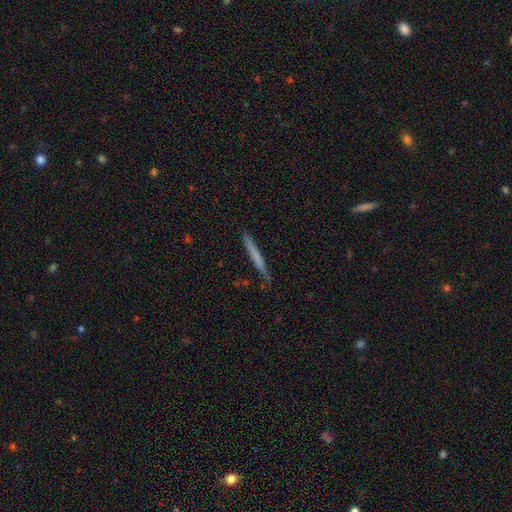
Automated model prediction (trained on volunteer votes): This is likely a smooth galaxy (63%). How rounded: clearly cigar-shaped (97%). Merging: clearly none (86%).